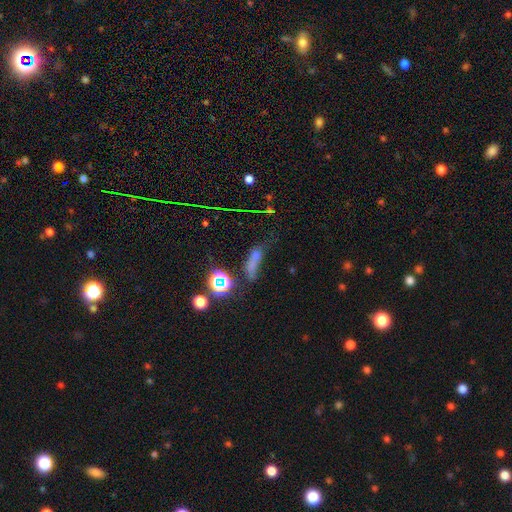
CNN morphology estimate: A star or artifact, not a galaxy (48%).